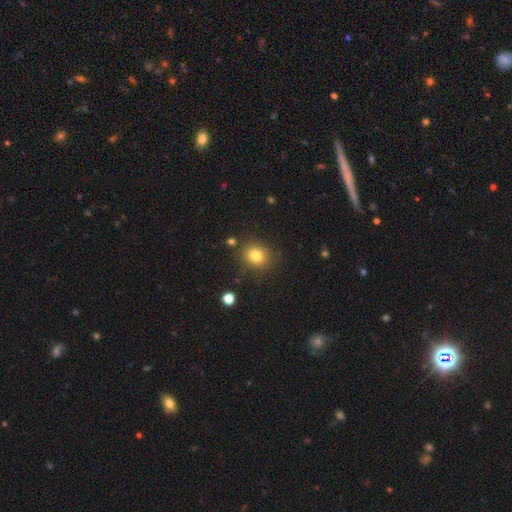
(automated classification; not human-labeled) Smooth or featured?
  - smooth: 81% *
  - star or artifact: 12%
  - featured or disk: 7%
How rounded?
  - round: 70% *
  - in between: 29%
  - cigar-shaped: 1%
Merging?
  - none: 82% *
  - minor disturbance: 11%
  - merger: 4%
  - major disturbance: 3%